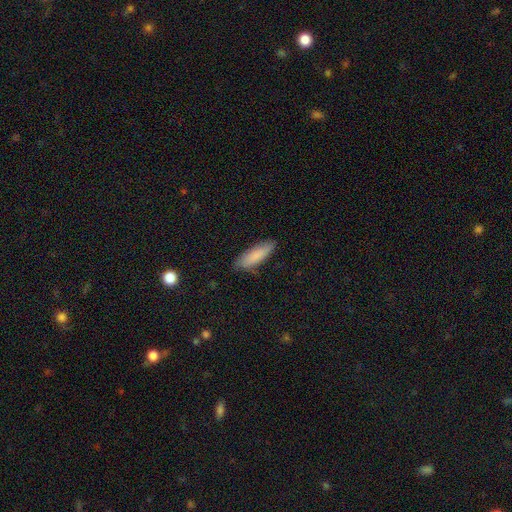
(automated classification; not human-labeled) A smooth galaxy with no disk features (85%) that is cigar-shaped (56%). Merging: none (83%).